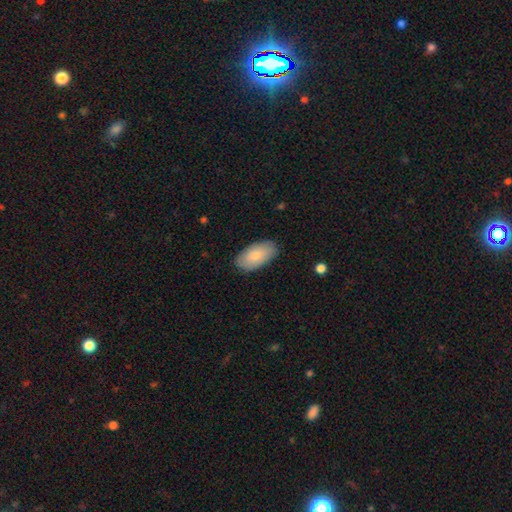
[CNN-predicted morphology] smooth 84%, featured or disk 11%, star or artifact 5%. Down the decision tree: how rounded — in between (95%); merging — none (86%).